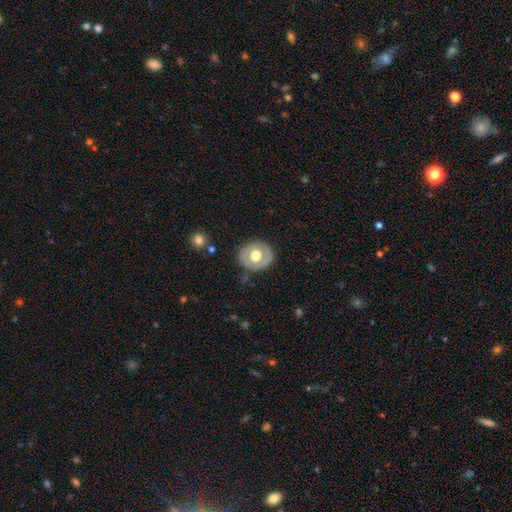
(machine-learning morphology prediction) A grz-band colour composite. It shows a featured or disk galaxy (48%). Merging: none (83%).